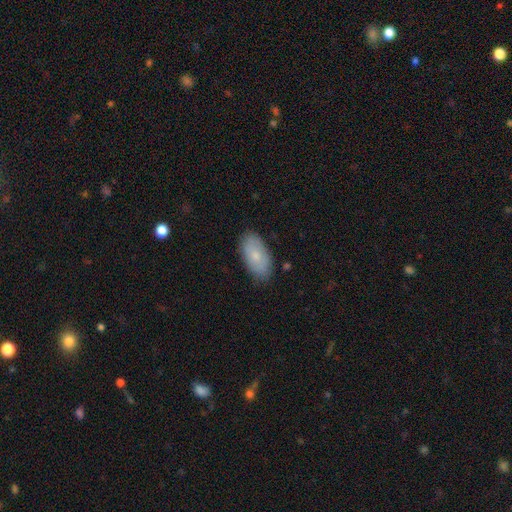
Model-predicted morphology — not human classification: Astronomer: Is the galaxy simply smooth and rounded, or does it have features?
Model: smooth — 75%.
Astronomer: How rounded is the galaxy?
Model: in between — 94%.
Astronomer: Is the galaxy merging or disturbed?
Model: none — 84%.